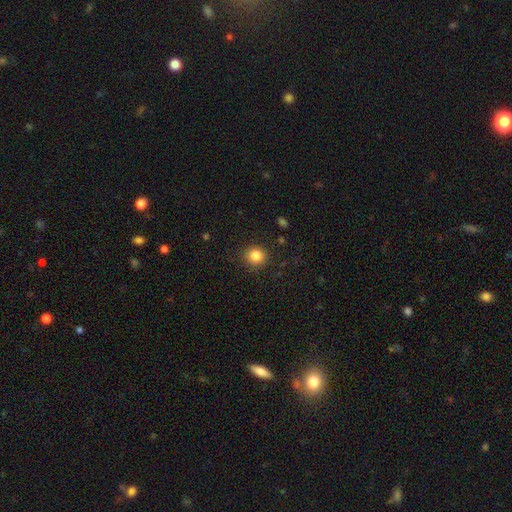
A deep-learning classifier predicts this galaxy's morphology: Smooth or featured?
  - smooth: 85% *
  - star or artifact: 11%
  - featured or disk: 5%
How rounded?
  - round: 87% *
  - in between: 12%
  - cigar-shaped: 1%
Merging?
  - none: 89% *
  - minor disturbance: 7%
  - major disturbance: 3%
  - merger: 1%